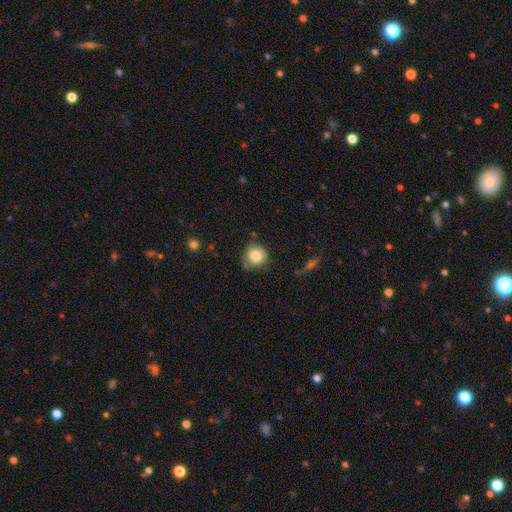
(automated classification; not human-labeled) Smooth or featured? smooth (81%)
How rounded? round (92%)
Merging? none (74%)